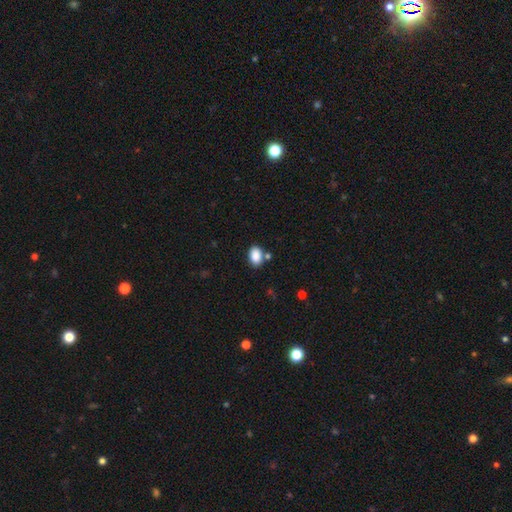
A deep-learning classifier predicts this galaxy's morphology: This appears to be a smooth galaxy with no disk features (88%) that is in between round and cigar-shaped (84%). Merging: none (75%).